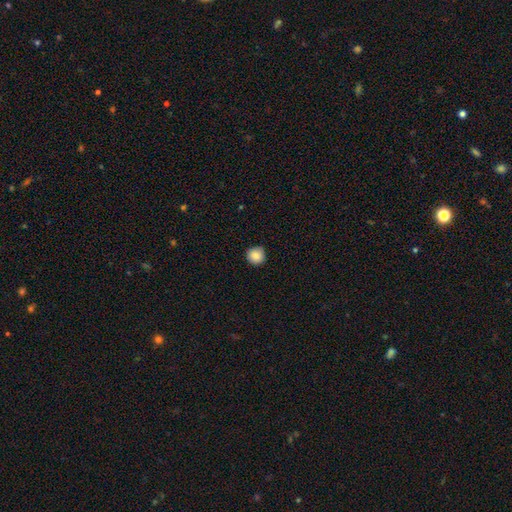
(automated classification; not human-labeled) smooth 86%, star or artifact 9%, featured or disk 5%. Down the decision tree: how rounded — round (94%); merging — none (90%).